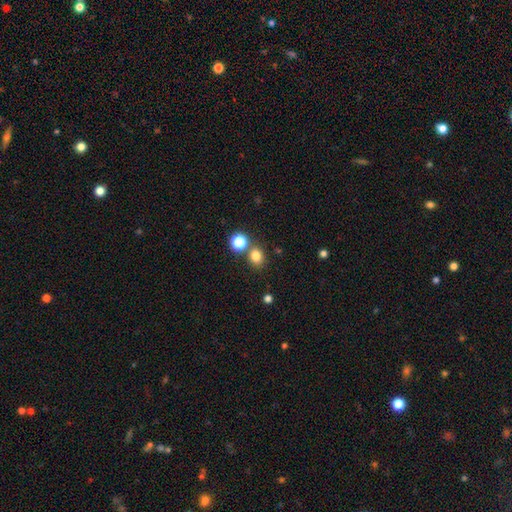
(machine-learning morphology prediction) Overall: smooth (79%). How rounded: round (70%). Merging: none (72%).